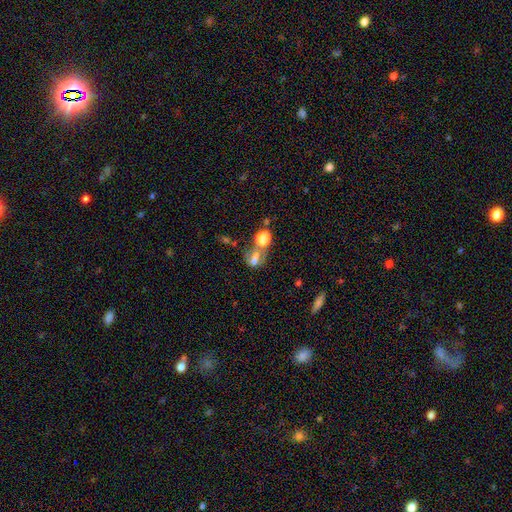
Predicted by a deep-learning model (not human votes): Smooth or featured: smooth — 54% (star or artifact — 27%)
How rounded: in between — 53% (round — 43%)
Merging: none — 38% (merger — 37%)